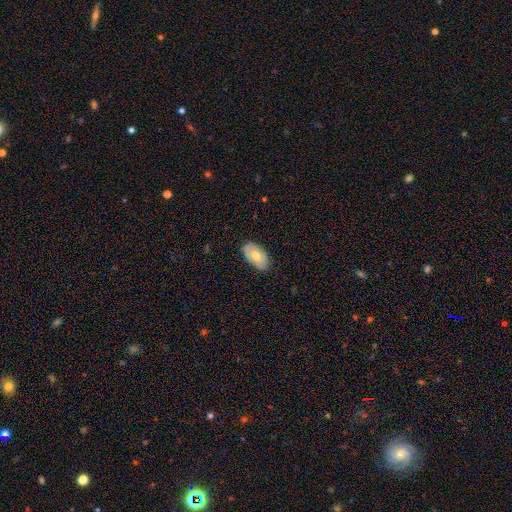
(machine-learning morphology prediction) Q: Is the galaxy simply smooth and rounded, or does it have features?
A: smooth — 59%.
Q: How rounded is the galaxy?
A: in between — 94%.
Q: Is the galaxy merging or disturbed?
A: none — 82%.